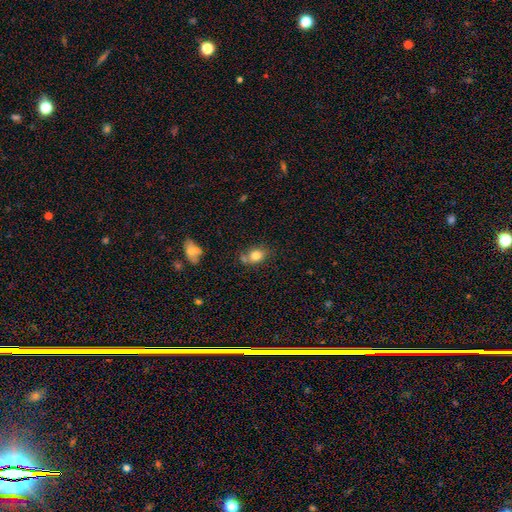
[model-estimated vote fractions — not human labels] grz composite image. It shows a smooth galaxy with no disk features (79%) that is in between round and cigar-shaped (52%). Merging: none (59%).